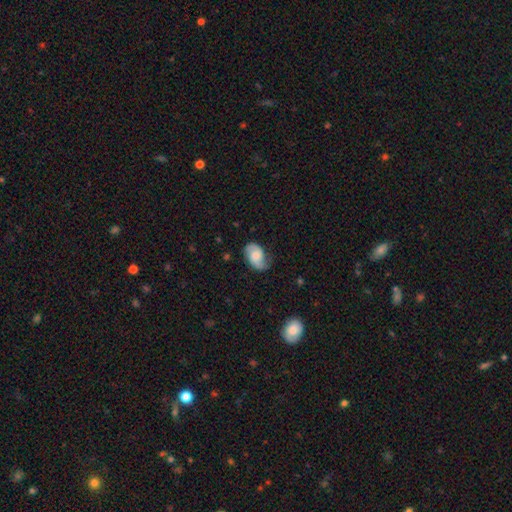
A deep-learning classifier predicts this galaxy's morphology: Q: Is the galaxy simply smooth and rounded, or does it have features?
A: featured or disk — 60%.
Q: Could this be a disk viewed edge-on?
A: no — 97%.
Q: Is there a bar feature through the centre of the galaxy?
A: no — 62%.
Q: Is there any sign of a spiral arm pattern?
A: yes — 92%.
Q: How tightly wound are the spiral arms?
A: medium — 44%.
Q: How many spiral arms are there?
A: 2 — 87%.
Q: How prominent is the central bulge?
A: none — 27%.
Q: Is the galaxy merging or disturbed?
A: none — 66%.